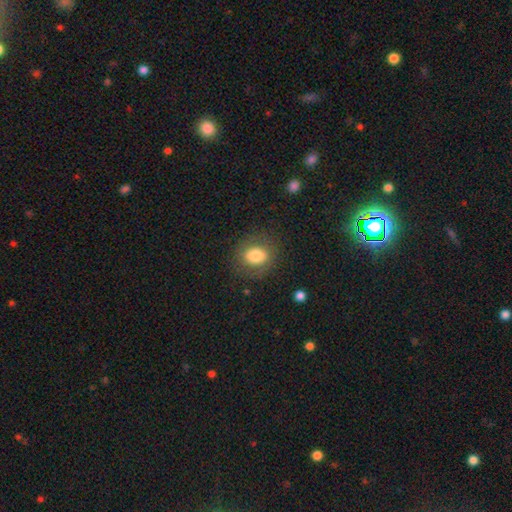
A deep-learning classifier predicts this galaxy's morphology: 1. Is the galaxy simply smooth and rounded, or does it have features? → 76% smooth, 14% featured or disk, 9% star or artifact.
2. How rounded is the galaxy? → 66% round, 34% in between, 1% cigar-shaped.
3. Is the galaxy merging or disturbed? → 81% none, 11% minor disturbance, 6% major disturbance, 1% merger.